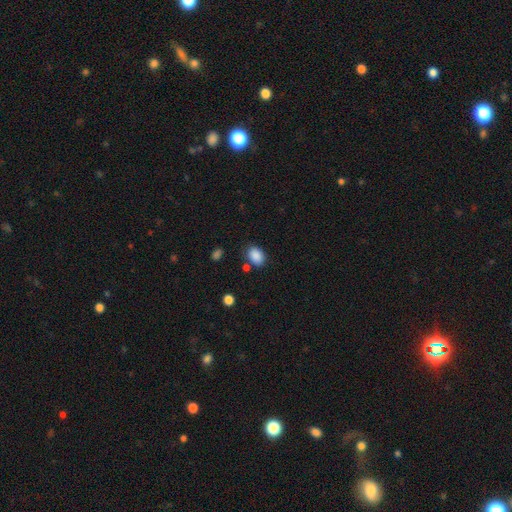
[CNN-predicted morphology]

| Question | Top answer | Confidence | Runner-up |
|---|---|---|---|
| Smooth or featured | smooth | 87% | star or artifact (9%) |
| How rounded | in between | 74% | round (25%) |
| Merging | none | 75% | minor disturbance (15%) |